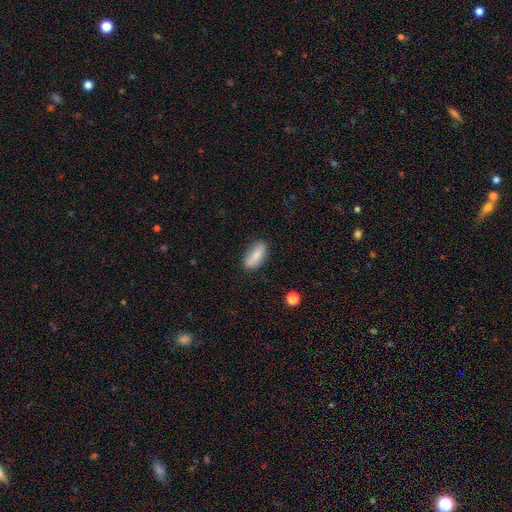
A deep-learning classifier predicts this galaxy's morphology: Smooth or featured: smooth — 80% (featured or disk — 13%)
How rounded: in between — 84% (cigar-shaped — 13%)
Merging: none — 77% (minor disturbance — 17%)